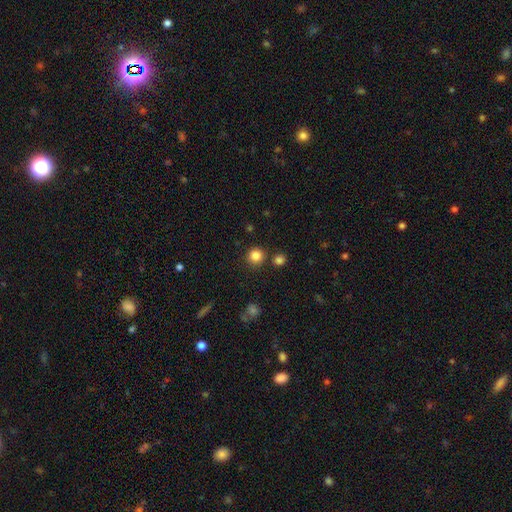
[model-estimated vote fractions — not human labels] Smooth or featured?
  - smooth: 84% *
  - star or artifact: 12%
  - featured or disk: 4%
How rounded?
  - round: 93% *
  - in between: 6%
  - cigar-shaped: 1%
Merging?
  - none: 85% *
  - minor disturbance: 7%
  - merger: 6%
  - major disturbance: 3%